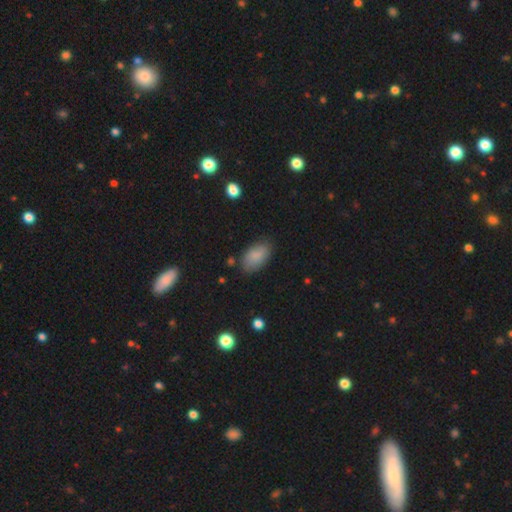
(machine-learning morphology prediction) Smooth or featured? Predicted: smooth (p=0.85). How rounded? Predicted: in between (p=0.94). Merging? Predicted: none (p=0.79).